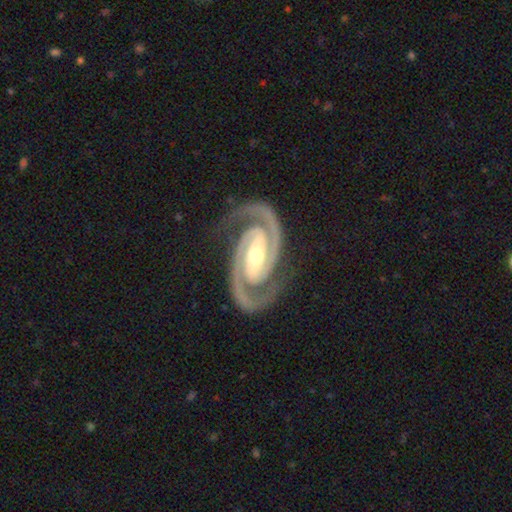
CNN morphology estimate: The model was most divided on "bar": strong: 41%, weak: 32%, no: 28%. More confident: spiral arms — yes (99%); edge-on disk — no (98%); spiral arm count — 2 (95%); smooth or featured — featured or disk (95%); merging — none (85%); bulge size — moderate (62%); spiral winding — tight (54%).